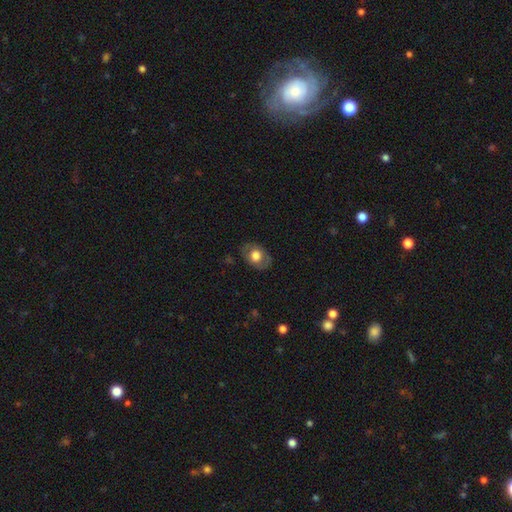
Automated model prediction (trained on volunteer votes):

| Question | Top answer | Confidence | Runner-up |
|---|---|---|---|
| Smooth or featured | smooth | 62% | featured or disk (30%) |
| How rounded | in between | 71% | round (28%) |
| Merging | none | 79% | minor disturbance (15%) |